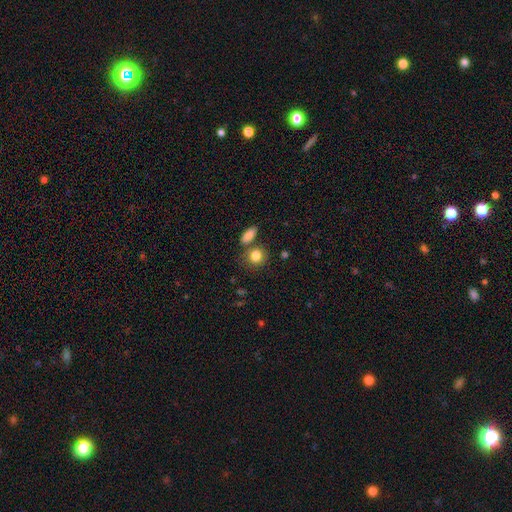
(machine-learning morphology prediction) Smooth or featured? Predicted: smooth (p=0.84). How rounded? Predicted: round (p=0.67). Merging? Predicted: none (p=0.63).